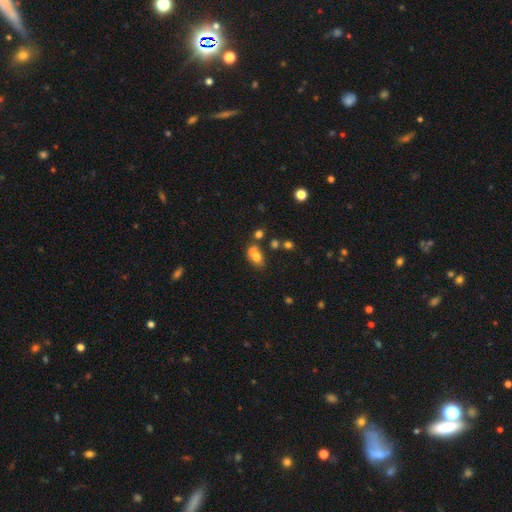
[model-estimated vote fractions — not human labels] Smooth or featured: smooth — 70% (featured or disk — 19%)
How rounded: in between — 81% (round — 17%)
Merging: none — 41% (merger — 27%)